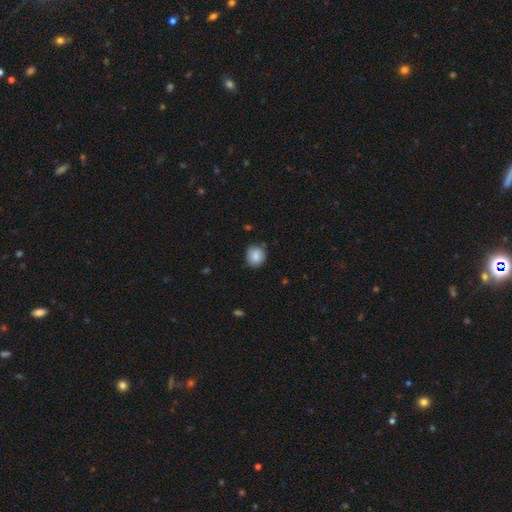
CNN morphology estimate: A smooth galaxy with no disk features (83%) that is round (75%).

Vote fractions:
- Smooth or featured? smooth: 83% / featured or disk: 9% / star or artifact: 8%
- How rounded? round: 75% / in between: 24% / cigar-shaped: 1%
- Merging? none: 76% / minor disturbance: 19% / major disturbance: 4% / merger: 2%